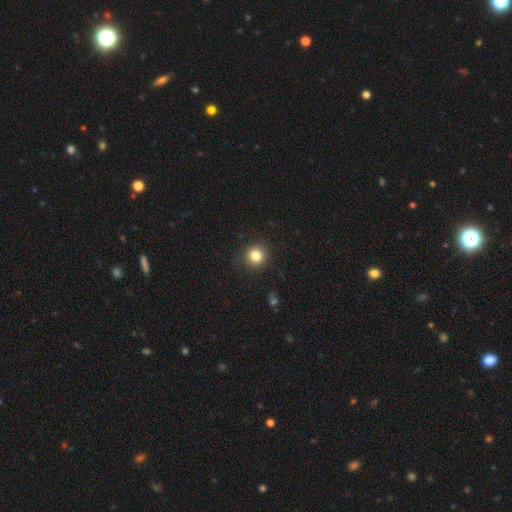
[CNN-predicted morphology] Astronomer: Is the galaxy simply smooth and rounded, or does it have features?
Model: smooth — 83%.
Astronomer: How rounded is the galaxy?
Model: round — 93%.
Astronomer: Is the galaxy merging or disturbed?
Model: none — 90%.